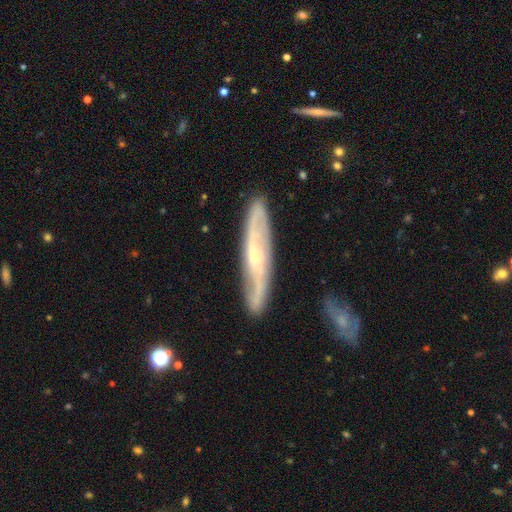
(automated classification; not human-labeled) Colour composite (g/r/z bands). It shows a featured or disk galaxy (76%). Merging: none (84%).